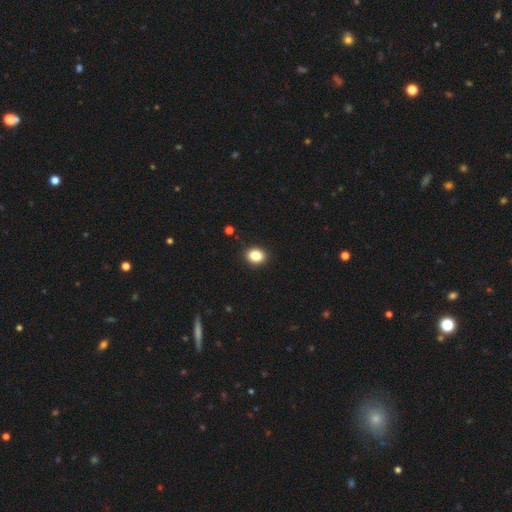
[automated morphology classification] Q: Smooth or featured?
A: smooth (86%); runner-up: star or artifact (10%)
Q: How rounded?
A: round (58%); runner-up: in between (41%)
Q: Merging?
A: none (89%); runner-up: minor disturbance (7%)